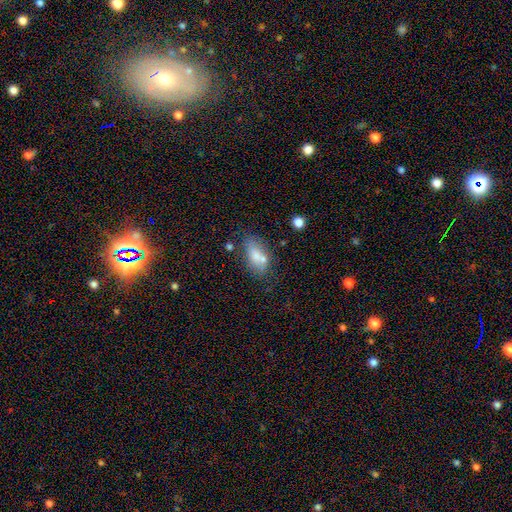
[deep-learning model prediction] Smooth or featured? smooth (70%)
How rounded? in between (83%)
Merging? none (57%)